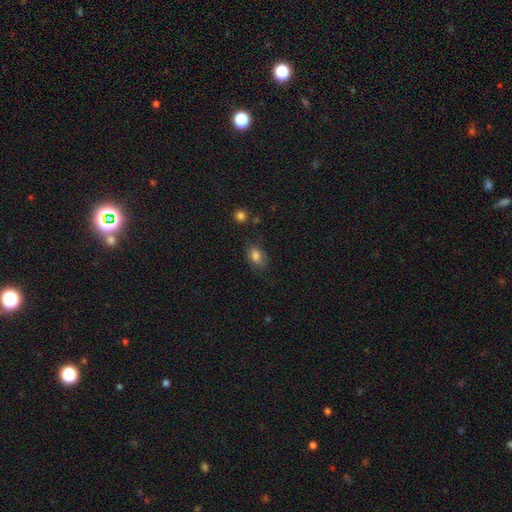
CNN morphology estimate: Smooth or featured? Predicted: smooth (p=0.81). How rounded? Predicted: in between (p=0.82). Merging? Predicted: none (p=0.71).